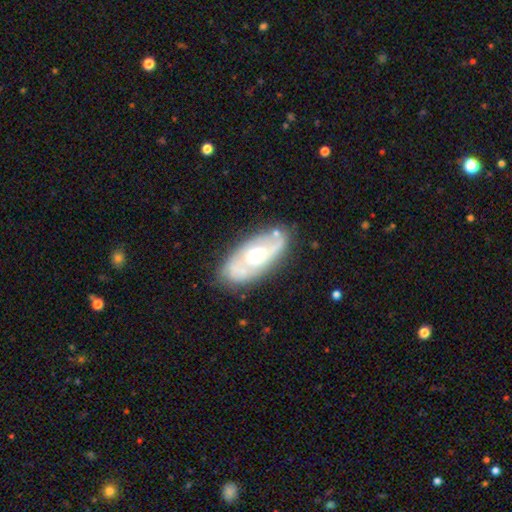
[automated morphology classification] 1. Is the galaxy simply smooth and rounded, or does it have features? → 70% featured or disk, 24% smooth, 6% star or artifact.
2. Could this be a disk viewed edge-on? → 88% no, 12% yes.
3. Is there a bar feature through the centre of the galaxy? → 70% no, 23% weak, 7% strong.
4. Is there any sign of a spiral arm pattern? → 68% yes, 32% no.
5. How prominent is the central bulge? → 72% moderate, 17% small, 9% large, 1% dominant, 1% none.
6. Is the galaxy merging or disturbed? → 76% none, 16% minor disturbance, 4% major disturbance, 3% merger.